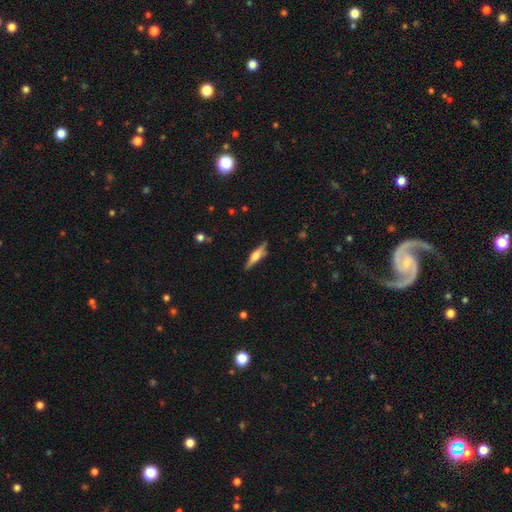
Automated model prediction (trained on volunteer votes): Overall: featured or disk (60%; smooth 33%). Edge-on disk: yes (95%). Edge-on bulge: rounded (82%). Merging: none (82%).